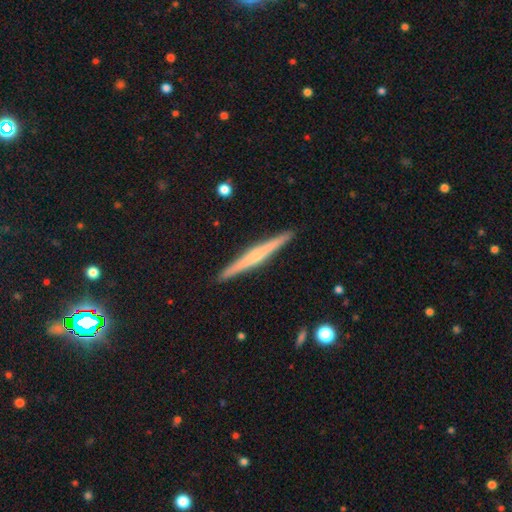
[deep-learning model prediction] A featured or disk galaxy (65%) viewed edge-on (98%) with a rounded central bulge (53%).

Vote fractions:
- Smooth or featured? featured or disk: 65% / smooth: 29% / star or artifact: 6%
- Edge-on disk? yes: 98% / no: 2%
- Edge-on bulge? rounded: 53% / none: 35% / boxy: 12%
- Merging? none: 92% / minor disturbance: 5% / major disturbance: 1% / merger: 1%